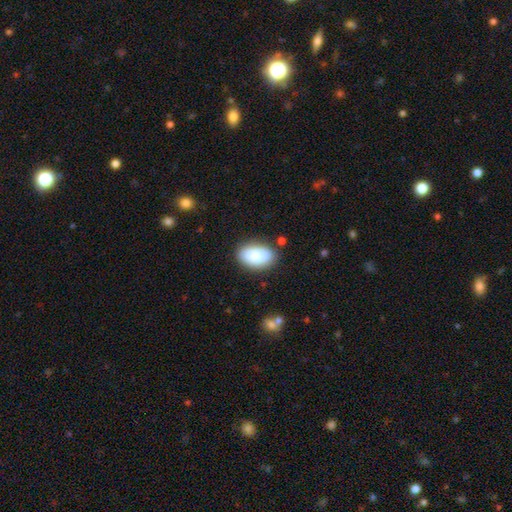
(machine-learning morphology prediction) Smooth or featured? smooth (86%)
How rounded? in between (92%)
Merging? none (78%)